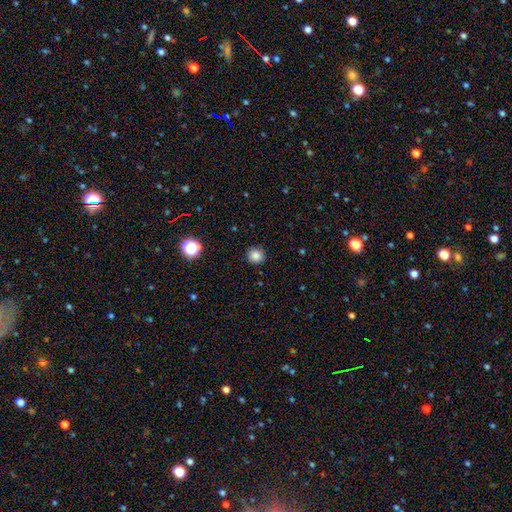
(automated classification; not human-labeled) Overall: smooth (84%). How rounded: round (90%). Merging: none (89%).